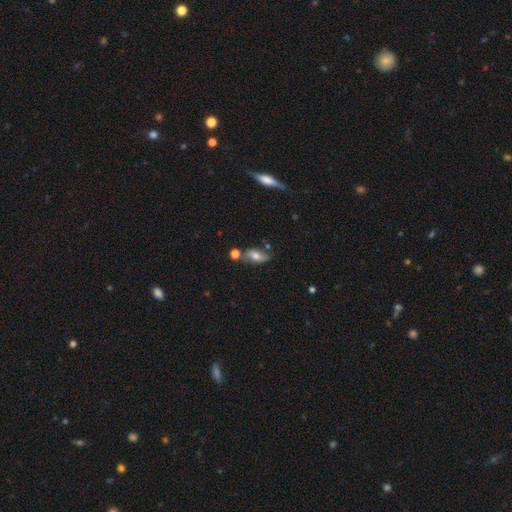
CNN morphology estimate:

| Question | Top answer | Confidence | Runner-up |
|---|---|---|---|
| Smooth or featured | smooth | 59% | featured or disk (32%) |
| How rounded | in between | 77% | cigar-shaped (16%) |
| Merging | none | 62% | minor disturbance (18%) |